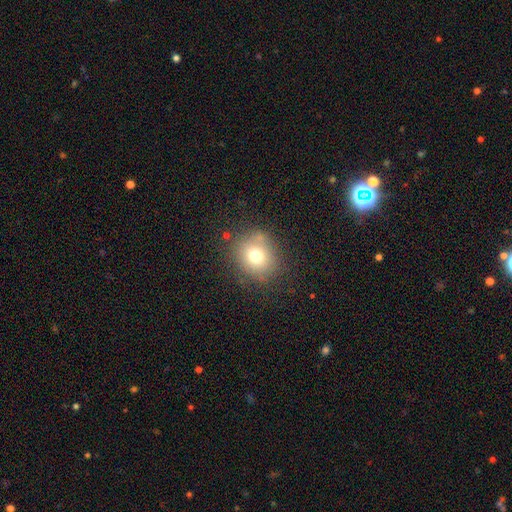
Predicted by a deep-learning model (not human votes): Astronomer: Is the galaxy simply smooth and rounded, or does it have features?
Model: smooth — 72%.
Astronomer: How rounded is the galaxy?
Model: round — 77%.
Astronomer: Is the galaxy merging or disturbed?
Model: none — 78%.